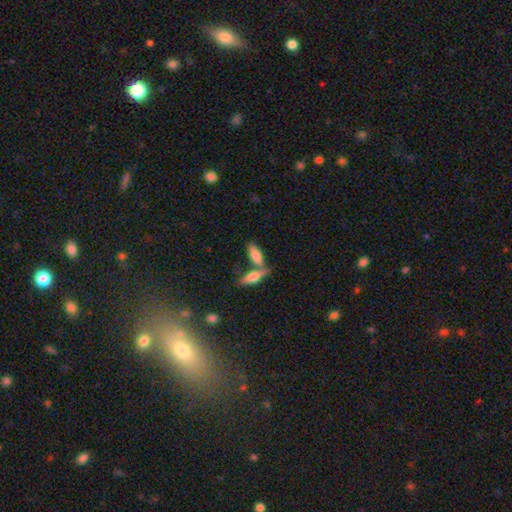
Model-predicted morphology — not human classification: type=smooth (76%); roundness=in between (73%); merging=none (47%).